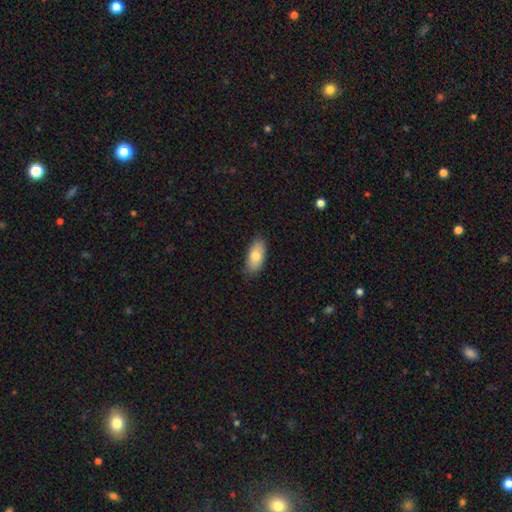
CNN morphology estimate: A smooth galaxy with no disk features (80%) that is in between round and cigar-shaped (89%). Merging: none (82%).